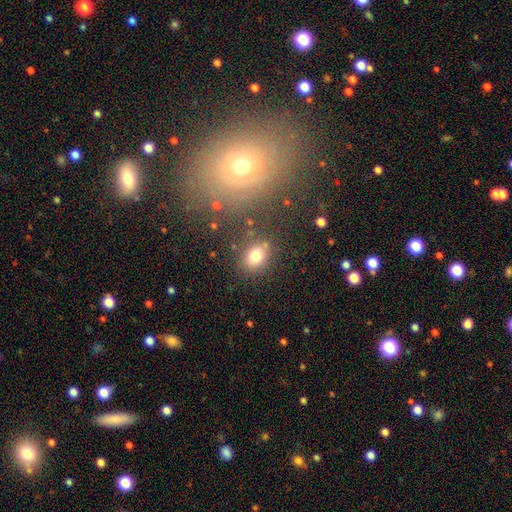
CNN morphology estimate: The model was most divided on "how rounded": in between: 57%, round: 41%, cigar-shaped: 1%. More confident: smooth or featured — smooth (78%); merging — none (76%).